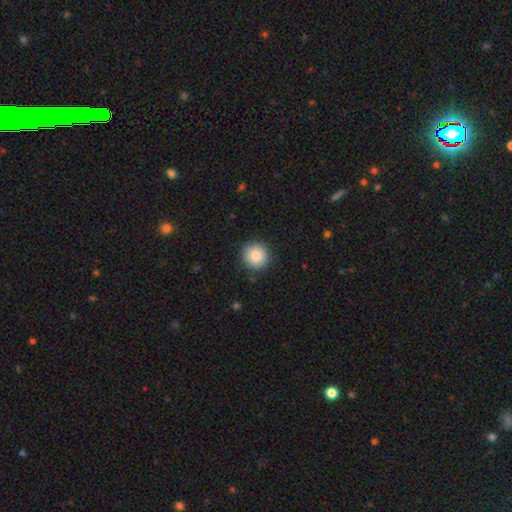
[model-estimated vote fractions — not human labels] Morphology: type=smooth (84%); roundness=round (95%); merging=none (90%).